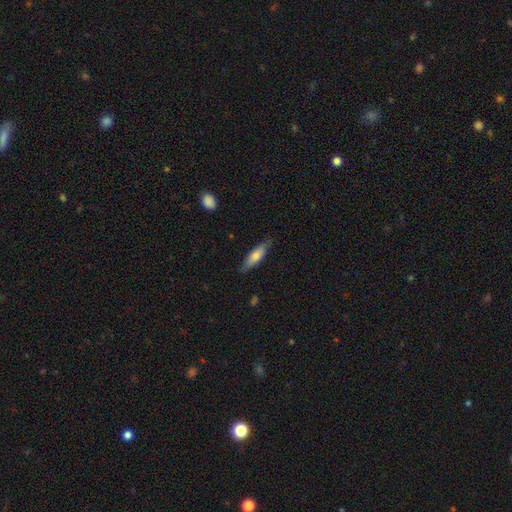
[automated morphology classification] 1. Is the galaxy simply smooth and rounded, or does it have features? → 70% smooth, 25% featured or disk, 6% star or artifact.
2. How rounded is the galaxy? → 61% cigar-shaped, 38% in between, 2% round.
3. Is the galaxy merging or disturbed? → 81% none, 15% minor disturbance, 3% major disturbance, 1% merger.